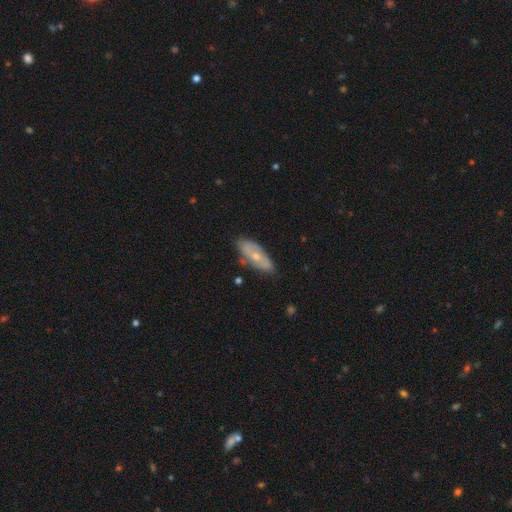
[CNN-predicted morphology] Smooth or featured: featured or disk — 52% (smooth — 42%)
Edge-on disk: no — 80% (yes — 20%)
Merging: none — 74% (minor disturbance — 20%)